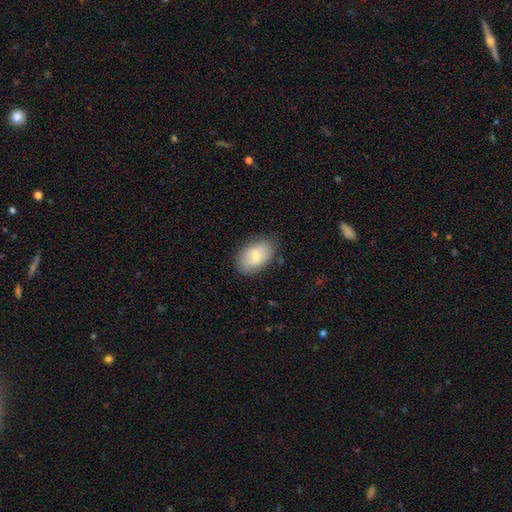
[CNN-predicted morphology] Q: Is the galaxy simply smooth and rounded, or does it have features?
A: smooth — 69%.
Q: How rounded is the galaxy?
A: in between — 89%.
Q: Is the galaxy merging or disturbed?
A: none — 79%.